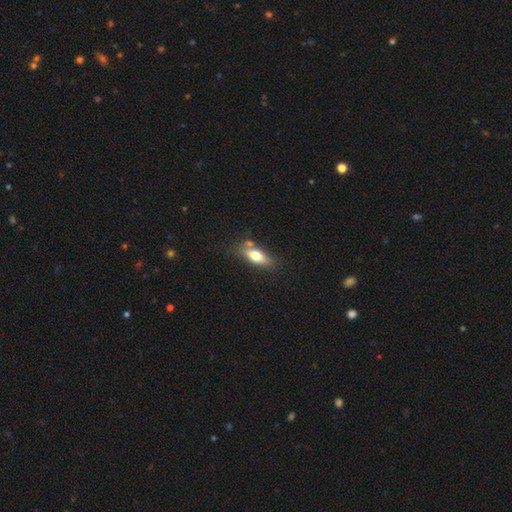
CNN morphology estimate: Q: Smooth or featured?
A: smooth (69%); runner-up: featured or disk (24%)
Q: How rounded?
A: in between (70%); runner-up: cigar-shaped (26%)
Q: Merging?
A: none (67%); runner-up: minor disturbance (18%)